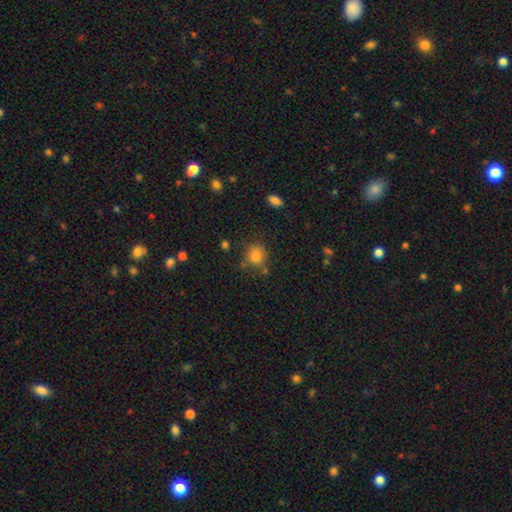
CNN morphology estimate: Smooth or featured?
  - smooth: 81% *
  - star or artifact: 12%
  - featured or disk: 7%
How rounded?
  - round: 79% *
  - in between: 20%
  - cigar-shaped: 1%
Merging?
  - none: 71% *
  - minor disturbance: 16%
  - merger: 7%
  - major disturbance: 6%